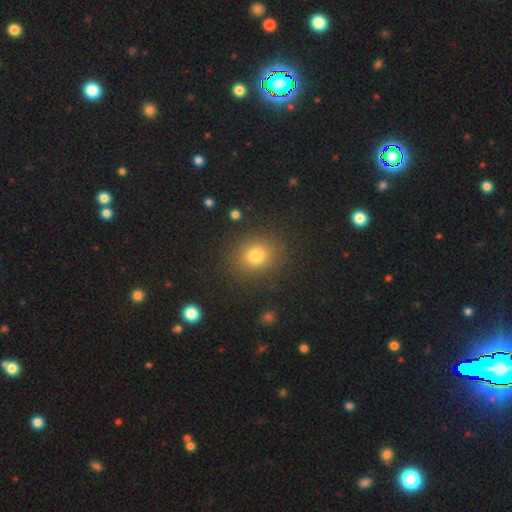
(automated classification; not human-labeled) Overall: smooth (77%). How rounded: round (72%). Merging: none (87%).